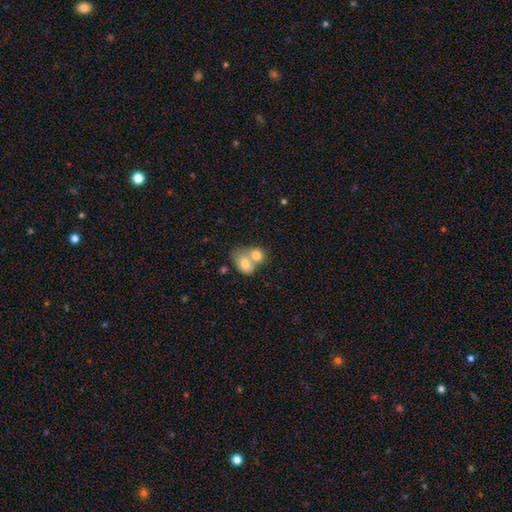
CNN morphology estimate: The model was most divided on "how rounded": round: 52%, in between: 46%, cigar-shaped: 2%. More confident: smooth or featured — smooth (64%); merging — merger (63%).